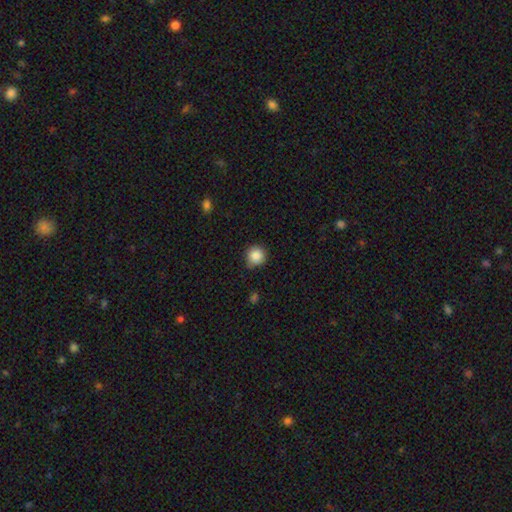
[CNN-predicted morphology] smooth_or_featured: smooth (p=0.86) [alt: star or artifact p=0.10]
how_rounded: round (p=0.93) [alt: in between p=0.06]
merging: none (p=0.82) [alt: minor disturbance p=0.14]